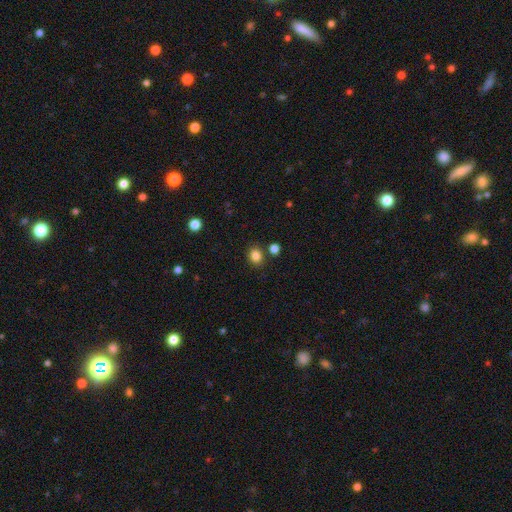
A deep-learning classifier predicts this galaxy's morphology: A smooth galaxy with no disk features (84%) that is round (61%). Merging: none (82%).